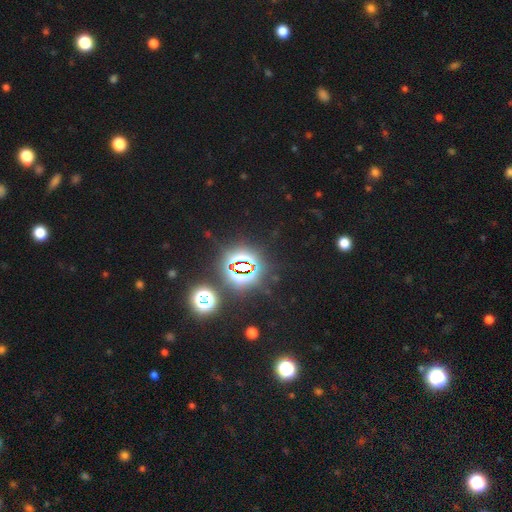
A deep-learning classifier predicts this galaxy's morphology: Smooth or featured? star or artifact (80%)